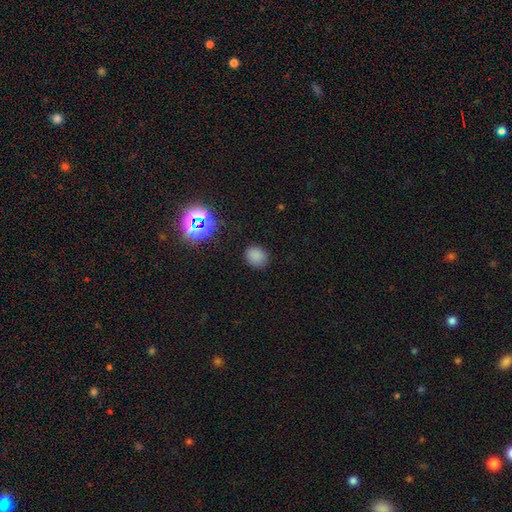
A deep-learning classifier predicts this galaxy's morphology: This is likely a smooth galaxy (77%). How rounded: possibly round (58%). Merging: clearly none (84%).